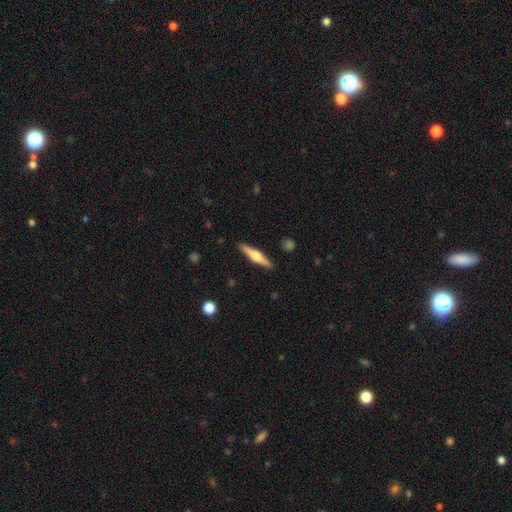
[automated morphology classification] The model was most divided on "smooth or featured": featured or disk: 60%, smooth: 35%, star or artifact: 5%. More confident: edge-on disk — yes (97%); edge-on bulge — rounded (91%); merging — none (91%).